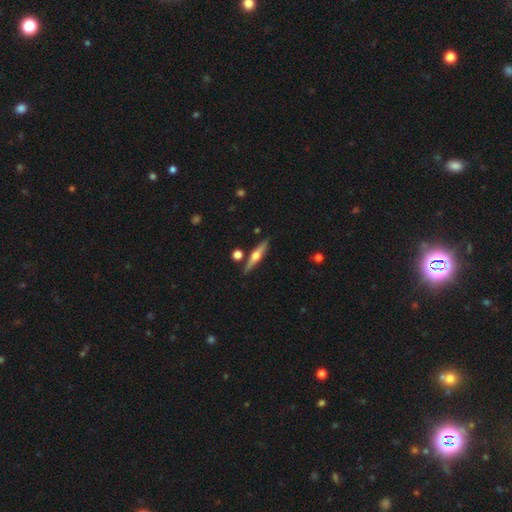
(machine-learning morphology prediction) Smooth or featured? featured or disk (67%)
Edge-on disk? yes (97%)
Edge-on bulge? rounded (94%)
Merging? none (85%)